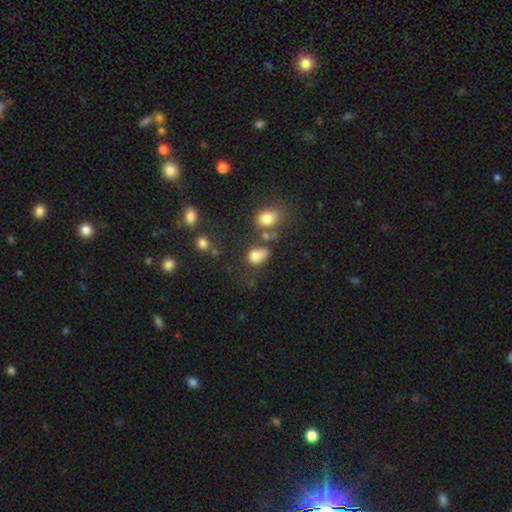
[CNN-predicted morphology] smooth_or_featured: smooth (p=0.79) [alt: star or artifact p=0.13]
how_rounded: in between (p=0.70) [alt: round p=0.28]
merging: none (p=0.40) [alt: minor disturbance p=0.23]